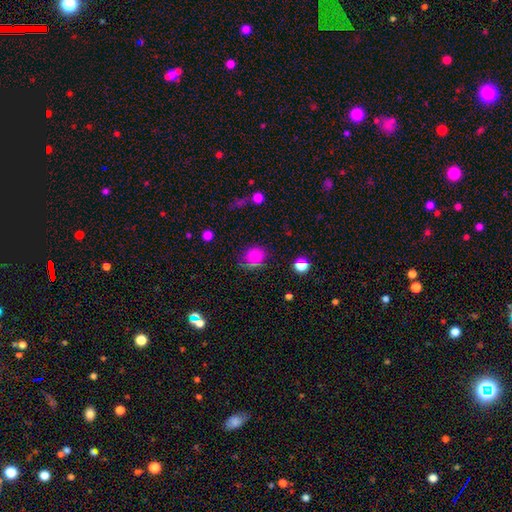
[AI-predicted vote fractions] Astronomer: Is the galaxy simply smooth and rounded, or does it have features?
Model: smooth — 76%.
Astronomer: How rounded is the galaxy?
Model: round — 65%.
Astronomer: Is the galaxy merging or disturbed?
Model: none — 64%.